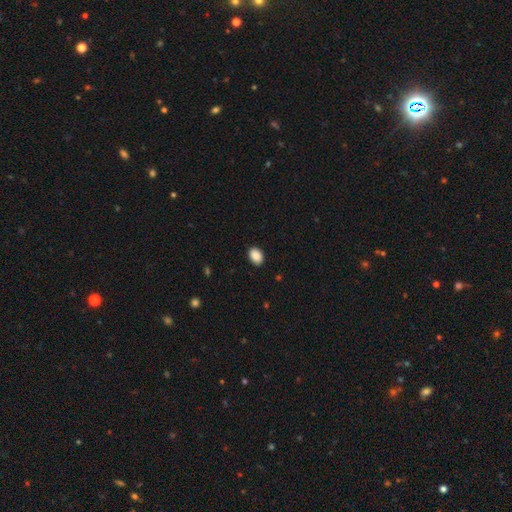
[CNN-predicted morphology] A smooth galaxy with no disk features (90%) that is in between round and cigar-shaped (79%).

Vote fractions:
- Smooth or featured? smooth: 90% / star or artifact: 7% / featured or disk: 3%
- How rounded? in between: 79% / round: 20% / cigar-shaped: 1%
- Merging? none: 90% / minor disturbance: 8% / major disturbance: 2% / merger: 1%